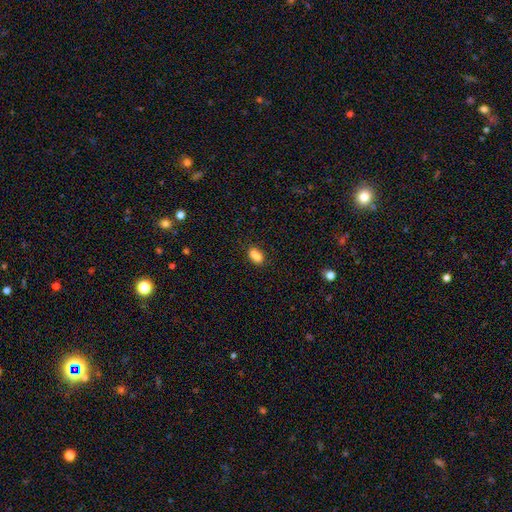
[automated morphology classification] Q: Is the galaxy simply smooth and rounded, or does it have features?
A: smooth — 77%.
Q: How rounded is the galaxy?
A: in between — 76%.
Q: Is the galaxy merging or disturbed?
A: none — 47%.